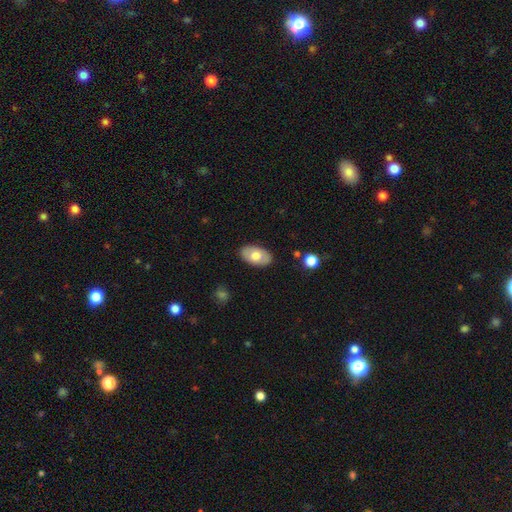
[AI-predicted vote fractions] smooth 69%, featured or disk 25%, star or artifact 6%. Down the decision tree: how rounded — in between (94%); merging — none (86%).